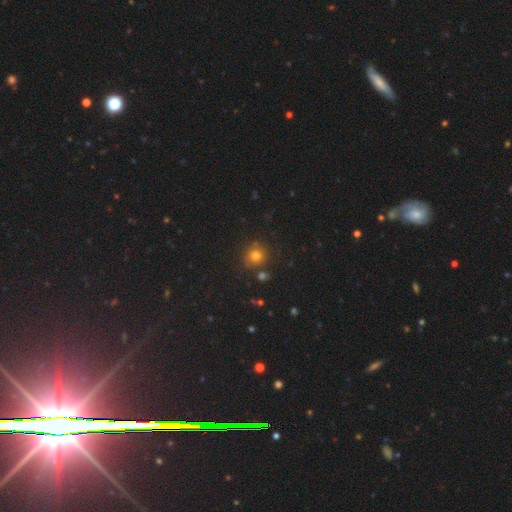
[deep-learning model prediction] Smooth or featured?
  - smooth: 75% *
  - star or artifact: 17%
  - featured or disk: 9%
How rounded?
  - round: 86% *
  - in between: 13%
  - cigar-shaped: 1%
Merging?
  - none: 77% *
  - minor disturbance: 13%
  - merger: 7%
  - major disturbance: 4%